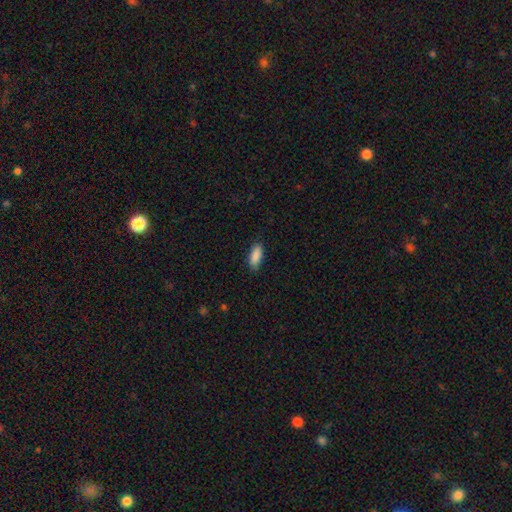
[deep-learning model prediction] smooth 90%, star or artifact 6%, featured or disk 4%. Down the decision tree: how rounded — in between (80%); merging — none (85%).